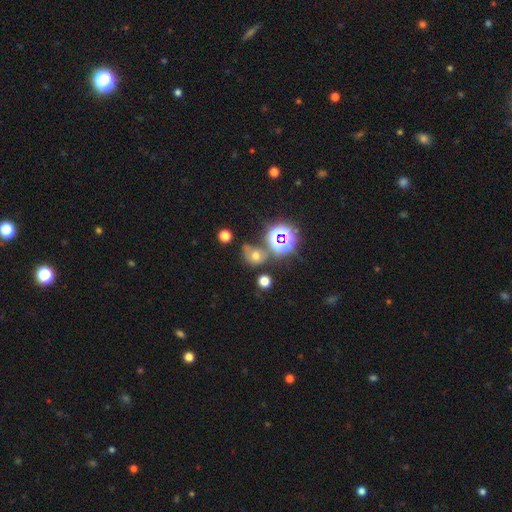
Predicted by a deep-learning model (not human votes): This appears to be a smooth galaxy with no disk features (51%) that is round (61%). Merging: none (49%).